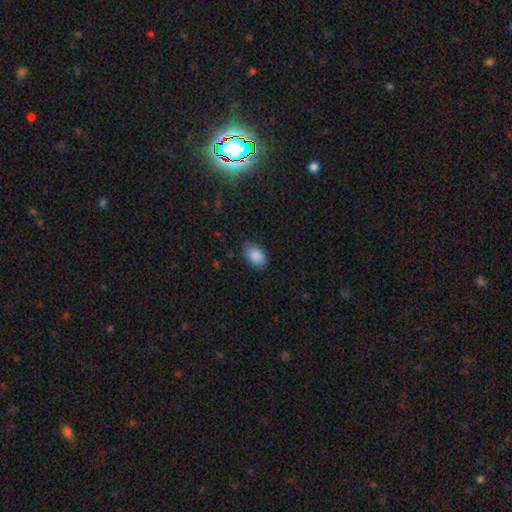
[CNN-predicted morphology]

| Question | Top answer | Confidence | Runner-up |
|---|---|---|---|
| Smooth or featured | smooth | 88% | star or artifact (7%) |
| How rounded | in between | 87% | round (12%) |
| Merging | none | 78% | minor disturbance (18%) |